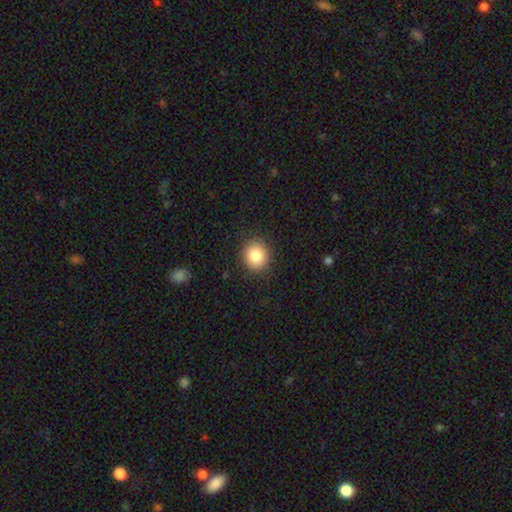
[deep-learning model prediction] Overall: smooth (84%). How rounded: round (86%). Merging: none (89%).